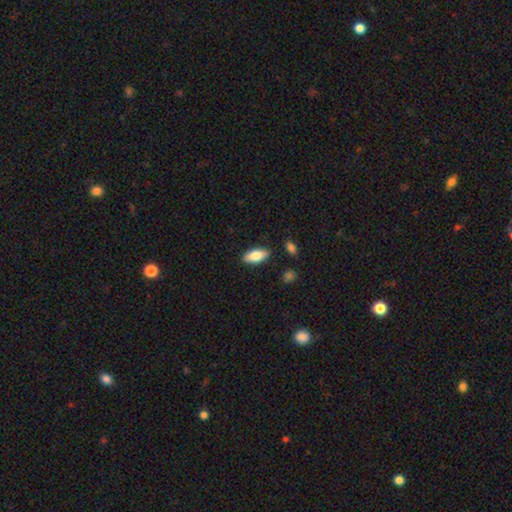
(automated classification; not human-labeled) smooth_or_featured: smooth (p=0.80) [alt: featured or disk p=0.14]
how_rounded: in between (p=0.84) [alt: cigar-shaped p=0.13]
merging: none (p=0.87) [alt: minor disturbance p=0.09]